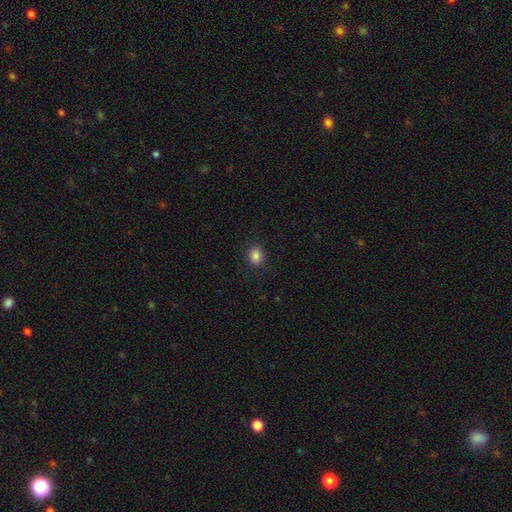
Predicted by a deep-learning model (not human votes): smooth-or-featured: smooth: 85% | star or artifact: 11% | featured or disk: 4%
  how-rounded: round: 68% | in between: 31% | cigar-shaped: 1%
  merging: none: 90% | minor disturbance: 7% | major disturbance: 2% | merger: 1%